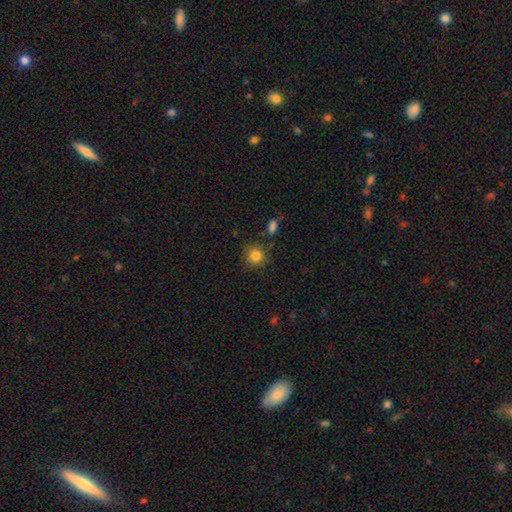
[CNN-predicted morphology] Smooth or featured? Predicted: smooth (p=0.84). How rounded? Predicted: round (p=0.90). Merging? Predicted: none (p=0.83).